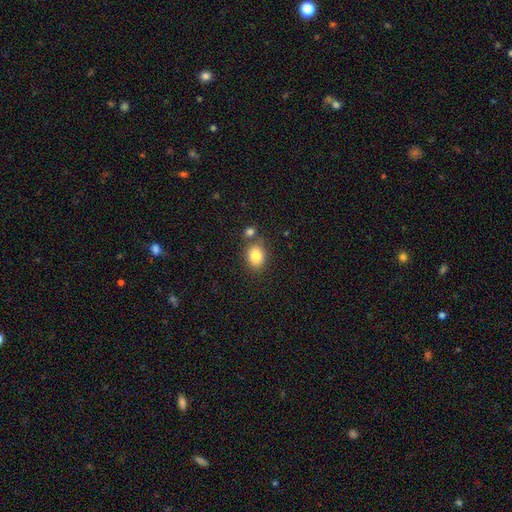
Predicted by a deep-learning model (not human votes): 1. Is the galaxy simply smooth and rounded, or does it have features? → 83% smooth, 9% star or artifact, 8% featured or disk.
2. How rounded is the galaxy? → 56% in between, 43% round, 1% cigar-shaped.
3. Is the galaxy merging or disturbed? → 70% none, 15% merger, 12% minor disturbance, 3% major disturbance.